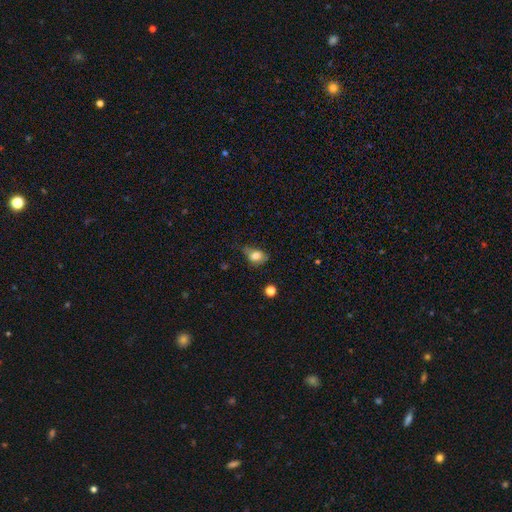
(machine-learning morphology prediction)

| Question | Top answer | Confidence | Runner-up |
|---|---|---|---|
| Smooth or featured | smooth | 75% | featured or disk (14%) |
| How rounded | in between | 68% | round (30%) |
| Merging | none | 39% | tied: minor disturbance (39%) |